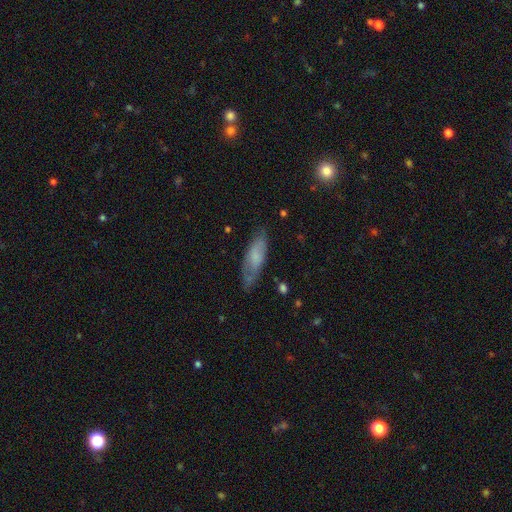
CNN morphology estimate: Smooth or featured? Predicted: smooth (p=0.65). How rounded? Predicted: in between (p=0.57). Merging? Predicted: none (p=0.63).